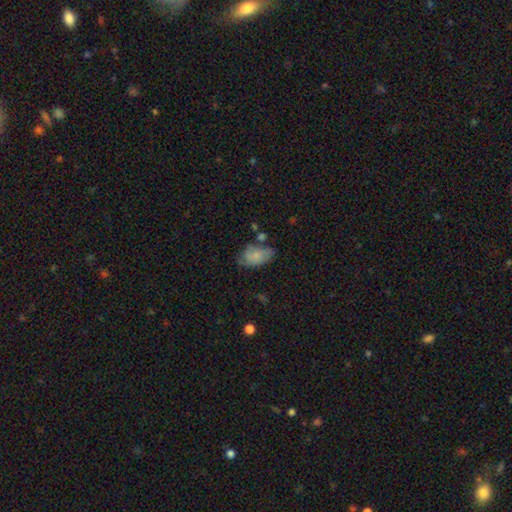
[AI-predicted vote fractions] Morphology: type=smooth (73%); roundness=in between (90%); merging=none (46%).